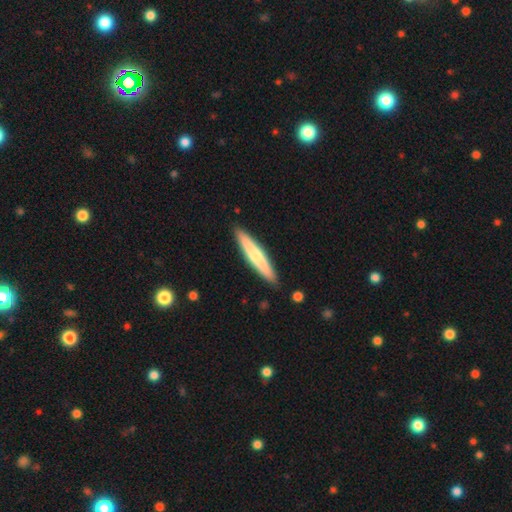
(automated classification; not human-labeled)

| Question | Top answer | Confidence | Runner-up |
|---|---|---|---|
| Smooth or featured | smooth | 59% | featured or disk (36%) |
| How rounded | cigar-shaped | 91% | in between (8%) |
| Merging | none | 90% | minor disturbance (7%) |